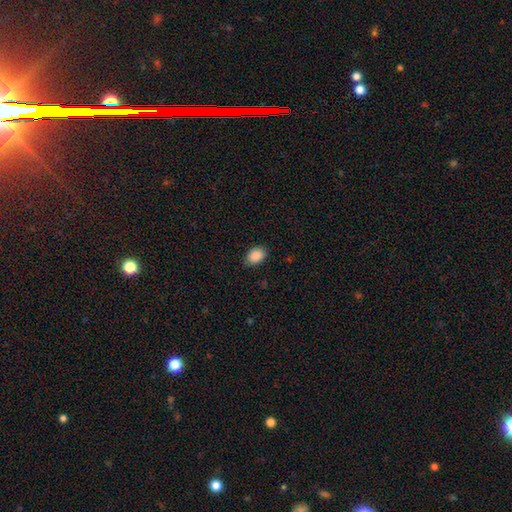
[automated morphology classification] smooth-or-featured: smooth: 89% | star or artifact: 8% | featured or disk: 3%
  how-rounded: in between: 80% | round: 18% | cigar-shaped: 1%
  merging: none: 81% | minor disturbance: 15% | major disturbance: 3% | merger: 1%